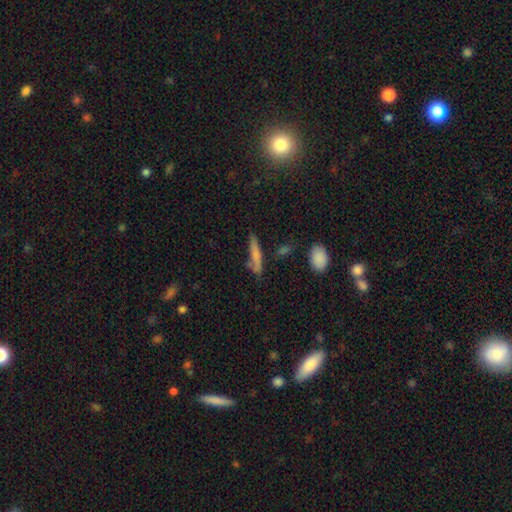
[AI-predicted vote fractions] smooth_or_featured: smooth (p=0.68) [alt: featured or disk p=0.24]
how_rounded: cigar-shaped (p=0.86) [alt: in between p=0.11]
merging: none (p=0.71) [alt: minor disturbance p=0.18]